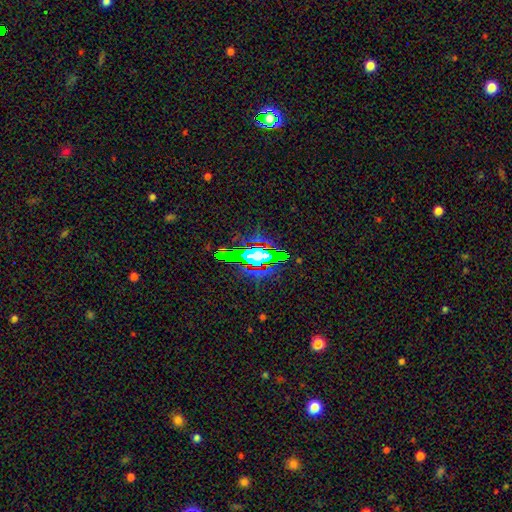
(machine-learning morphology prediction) Smooth or featured? Predicted: star or artifact (p=0.52).